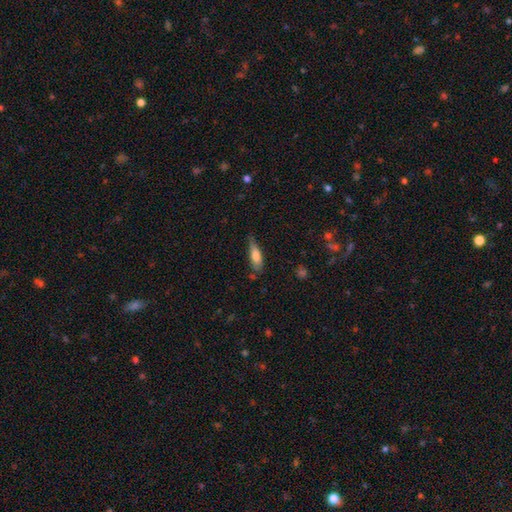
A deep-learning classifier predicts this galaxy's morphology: Smooth or featured? Predicted: smooth (p=0.74). How rounded? Predicted: cigar-shaped (p=0.50). Merging? Predicted: none (p=0.57).